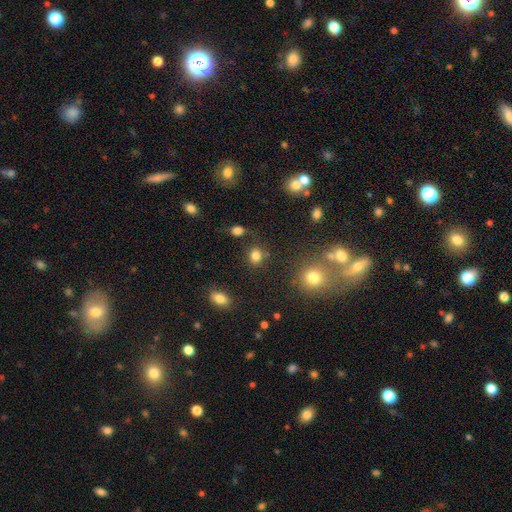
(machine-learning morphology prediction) smooth 82%, star or artifact 13%, featured or disk 5%. Down the decision tree: how rounded — round (68%); merging — none (77%).